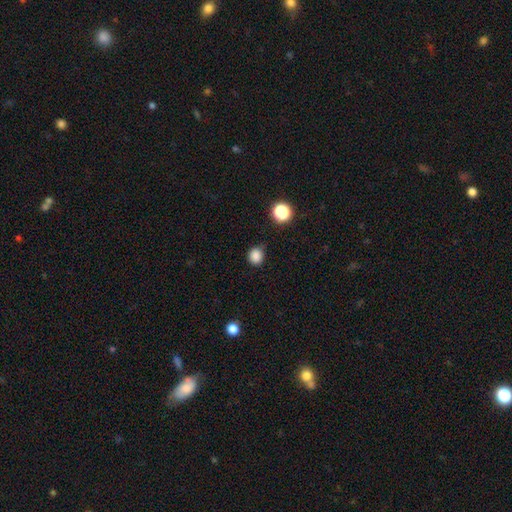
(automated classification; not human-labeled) smooth 85%, star or artifact 12%, featured or disk 3%. Down the decision tree: how rounded — round (78%); merging — none (79%).